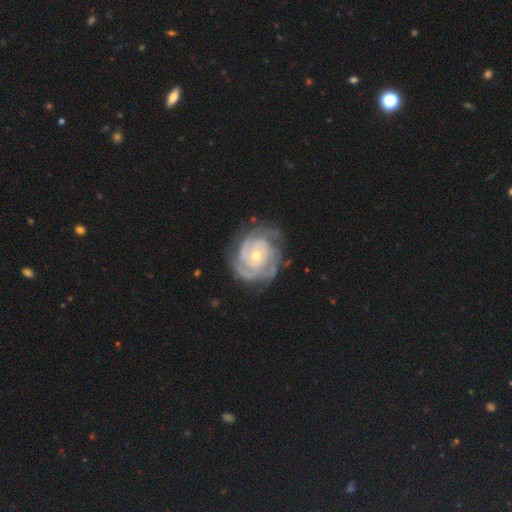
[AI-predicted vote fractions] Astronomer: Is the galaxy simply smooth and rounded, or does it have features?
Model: featured or disk — 87%.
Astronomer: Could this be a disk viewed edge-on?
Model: no — 98%.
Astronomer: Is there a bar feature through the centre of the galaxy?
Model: no — 77%.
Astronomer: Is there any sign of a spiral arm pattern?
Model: yes — 96%.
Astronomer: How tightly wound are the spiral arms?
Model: tight — 74%.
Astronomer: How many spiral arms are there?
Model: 3 — 29% (runner-up: can't tell, 27%).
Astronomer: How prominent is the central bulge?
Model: small — 59% (runner-up: moderate, 37%).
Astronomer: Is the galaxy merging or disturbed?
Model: none — 70%.